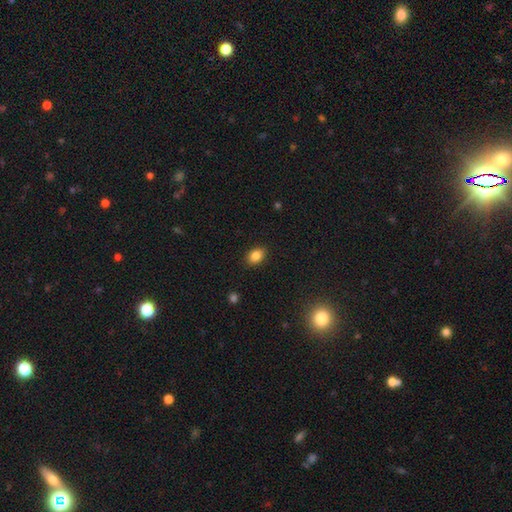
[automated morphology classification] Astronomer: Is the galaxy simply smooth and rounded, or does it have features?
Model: smooth — 85%.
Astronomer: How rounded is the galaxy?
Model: in between — 77%.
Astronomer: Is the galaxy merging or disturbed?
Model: none — 88%.